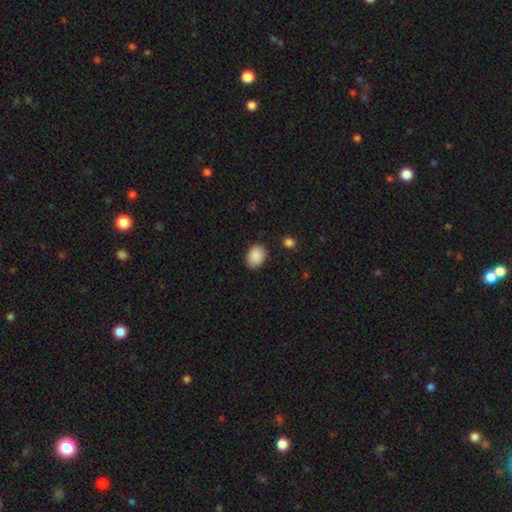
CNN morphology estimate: Smooth or featured?
  - smooth: 90% *
  - star or artifact: 7%
  - featured or disk: 3%
How rounded?
  - in between: 60% *
  - round: 39%
  - cigar-shaped: 1%
Merging?
  - none: 85% *
  - minor disturbance: 11%
  - major disturbance: 3%
  - merger: 2%